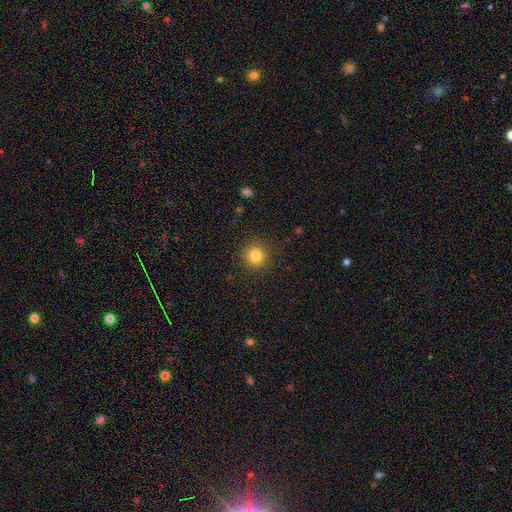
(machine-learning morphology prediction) A smooth galaxy with no disk features (82%) that is round (94%).

Vote fractions:
- Smooth or featured? smooth: 82% / star or artifact: 12% / featured or disk: 6%
- How rounded? round: 94% / in between: 5% / cigar-shaped: 1%
- Merging? none: 91% / minor disturbance: 6% / major disturbance: 2% / merger: 1%